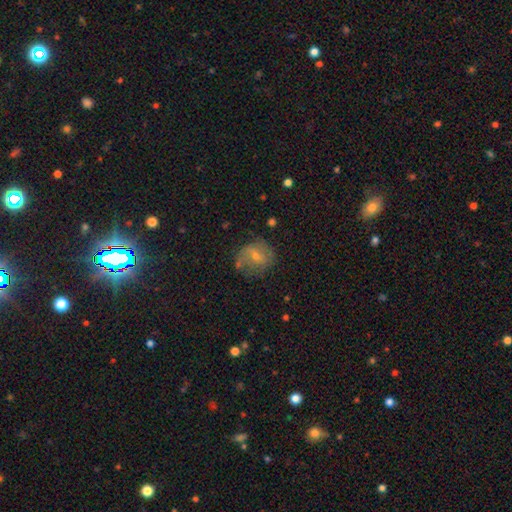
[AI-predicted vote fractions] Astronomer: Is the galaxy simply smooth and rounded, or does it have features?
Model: featured or disk — 48% (runner-up: smooth, 36%).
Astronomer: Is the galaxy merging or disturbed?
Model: none — 65%.